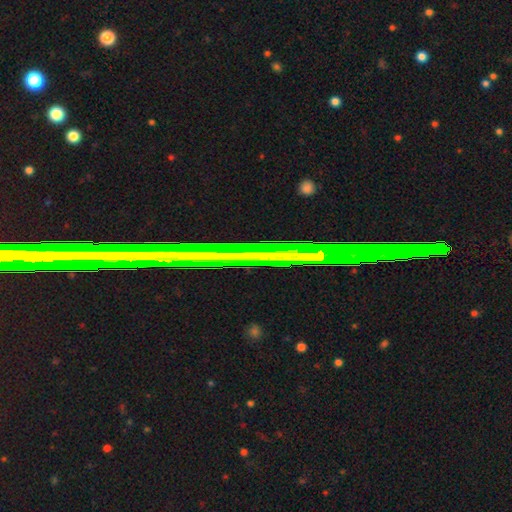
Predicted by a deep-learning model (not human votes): A star or artifact, not a galaxy (57%).